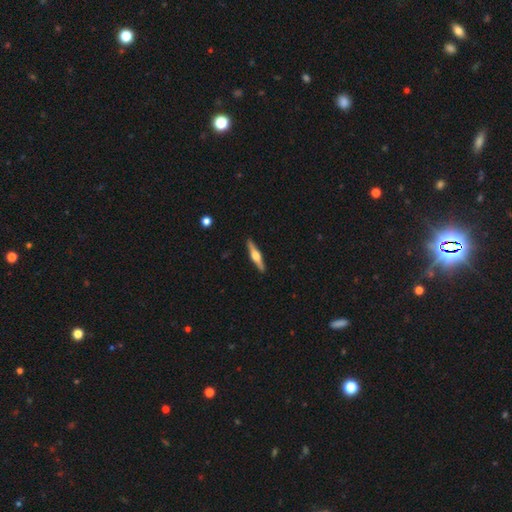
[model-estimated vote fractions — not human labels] Q: Smooth or featured?
A: featured or disk (69%); runner-up: smooth (26%)
Q: Edge-on disk?
A: yes (98%); runner-up: no (2%)
Q: Edge-on bulge?
A: rounded (92%); runner-up: boxy (6%)
Q: Merging?
A: none (91%); runner-up: minor disturbance (6%)